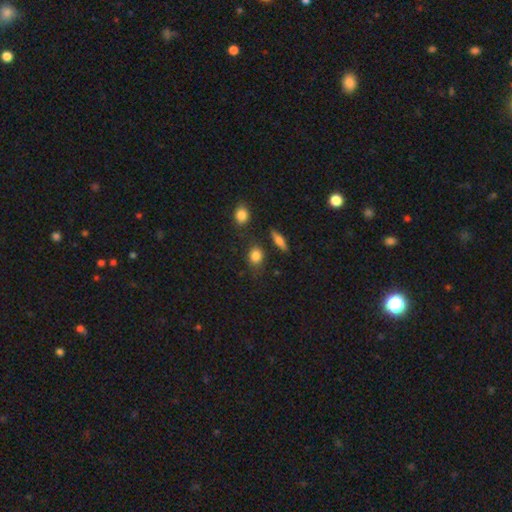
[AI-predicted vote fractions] smooth 83%, star or artifact 10%, featured or disk 7%. Down the decision tree: how rounded — round (53%); merging — none (75%).